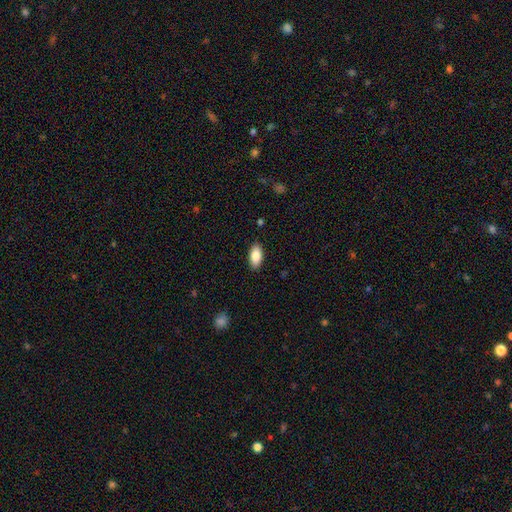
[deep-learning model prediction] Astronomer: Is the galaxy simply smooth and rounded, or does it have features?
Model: smooth — 85%.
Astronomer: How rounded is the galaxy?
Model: in between — 91%.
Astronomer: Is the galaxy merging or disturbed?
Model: none — 89%.